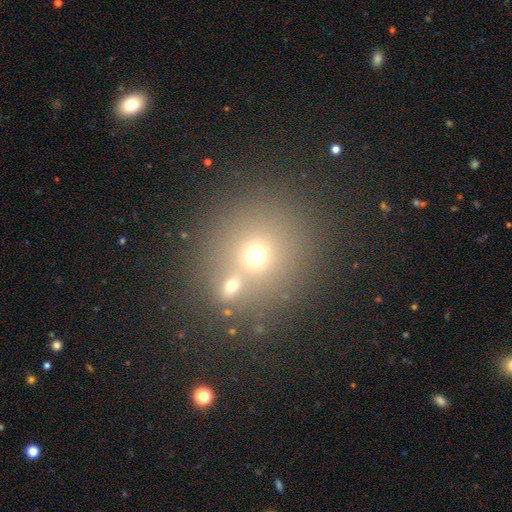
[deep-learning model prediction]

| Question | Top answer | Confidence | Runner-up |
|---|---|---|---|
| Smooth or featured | smooth | 61% | star or artifact (25%) |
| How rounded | round | 88% | in between (12%) |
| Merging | none | 58% | merger (31%) |